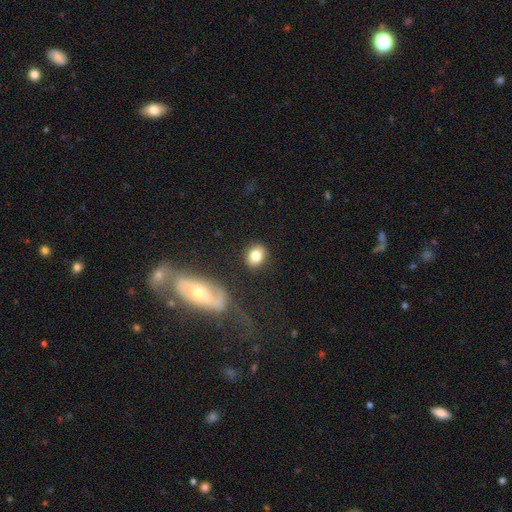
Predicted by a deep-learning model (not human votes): smooth_or_featured: smooth (p=0.81) [alt: featured or disk p=0.10]
how_rounded: round (p=0.53) [alt: in between p=0.45]
merging: none (p=0.84) [alt: minor disturbance p=0.10]